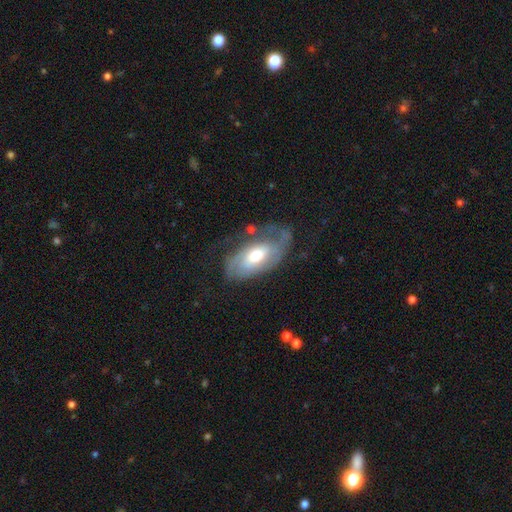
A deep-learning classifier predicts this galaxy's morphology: The model was most divided on "spiral arm count": 2: 43%, can't tell: 34%, 1: 13%, 3: 5%, 4: 2%, more than 4: 2%. Remaining: edge-on disk — no (91%); spiral arms — yes (80%); smooth or featured — featured or disk (68%); bulge size — moderate (60%); bar — no (60%); merging — none (53%); spiral winding — tight (48%).